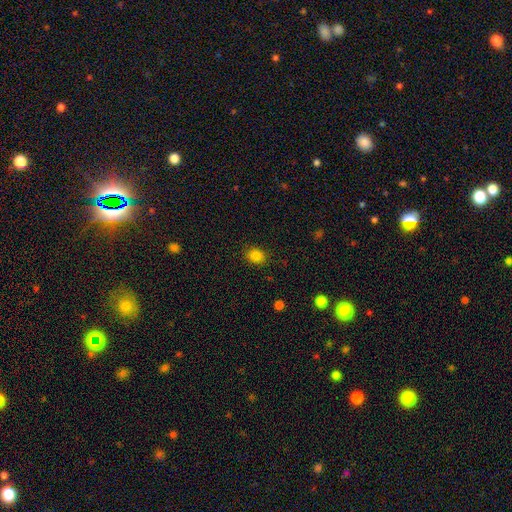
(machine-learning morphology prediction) Smooth or featured: smooth — 84% (star or artifact — 12%)
How rounded: round — 54% (in between — 45%)
Merging: none — 87% (minor disturbance — 9%)